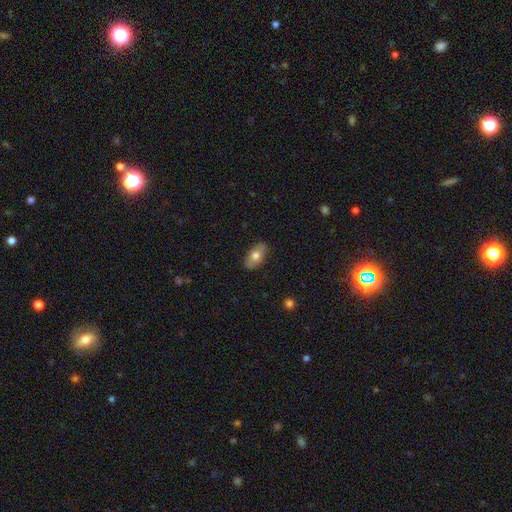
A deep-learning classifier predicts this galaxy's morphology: type=smooth (70%); roundness=in between (91%); merging=none (86%).